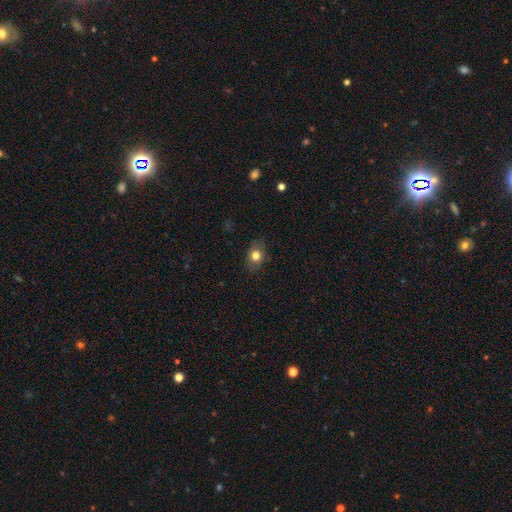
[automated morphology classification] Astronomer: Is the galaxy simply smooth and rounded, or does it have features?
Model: smooth — 78%.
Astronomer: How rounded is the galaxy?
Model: in between — 55% (runner-up: round, 44%).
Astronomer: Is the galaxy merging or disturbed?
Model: none — 83%.